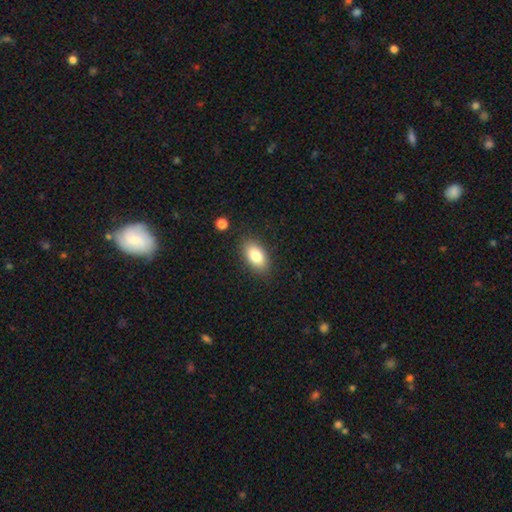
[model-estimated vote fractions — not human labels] Morphology: type=smooth (82%); roundness=in between (91%); merging=none (85%).